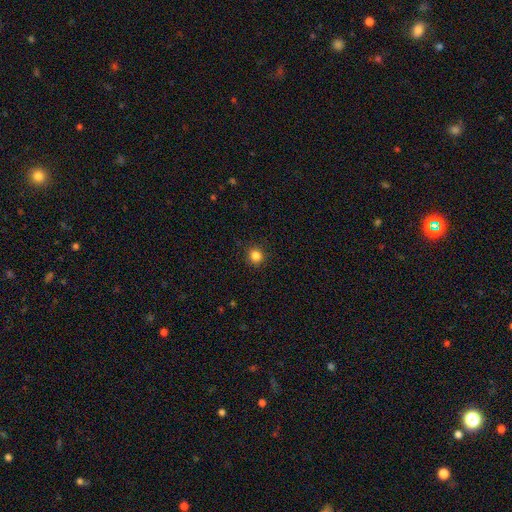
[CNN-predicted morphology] Smooth or featured?
  - smooth: 84% *
  - star or artifact: 12%
  - featured or disk: 4%
How rounded?
  - round: 91% *
  - in between: 8%
  - cigar-shaped: 1%
Merging?
  - none: 91% *
  - minor disturbance: 6%
  - major disturbance: 2%
  - merger: 1%